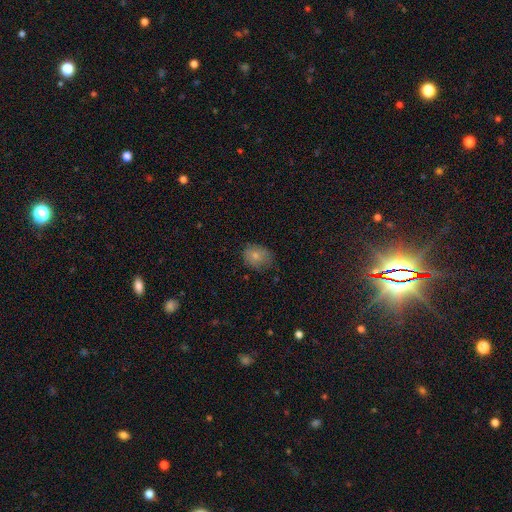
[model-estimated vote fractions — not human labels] Smooth or featured: smooth — 77% (featured or disk — 13%)
How rounded: in between — 50% (round — 49%)
Merging: none — 65% (minor disturbance — 27%)